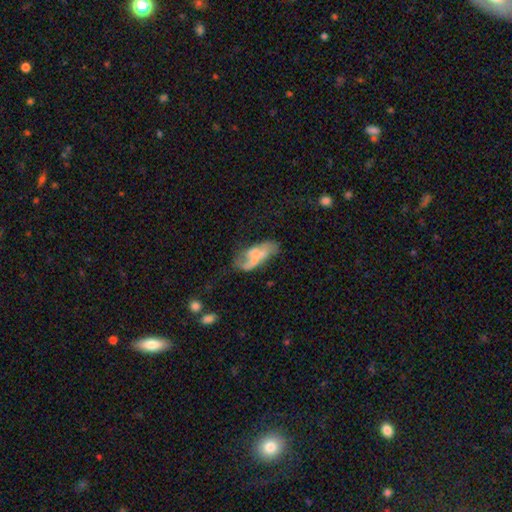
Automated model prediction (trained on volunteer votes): The model was most divided on "smooth or featured": smooth: 47%, featured or disk: 44%, star or artifact: 9%. Remaining: merging — none (32%).